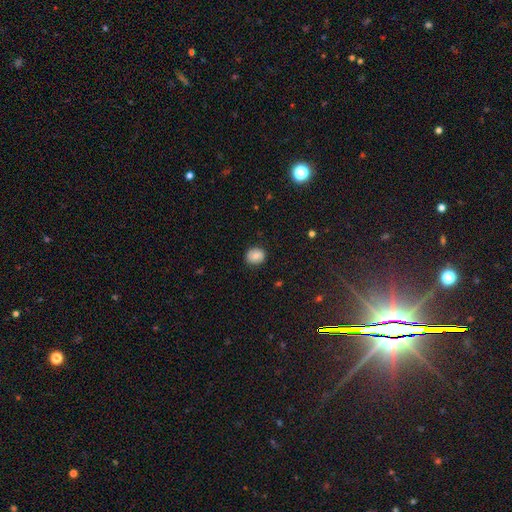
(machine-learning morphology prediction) Smooth or featured?
  - smooth: 74% *
  - featured or disk: 16%
  - star or artifact: 10%
How rounded?
  - round: 80% *
  - in between: 19%
  - cigar-shaped: 1%
Merging?
  - none: 85% *
  - minor disturbance: 11%
  - major disturbance: 2%
  - merger: 1%